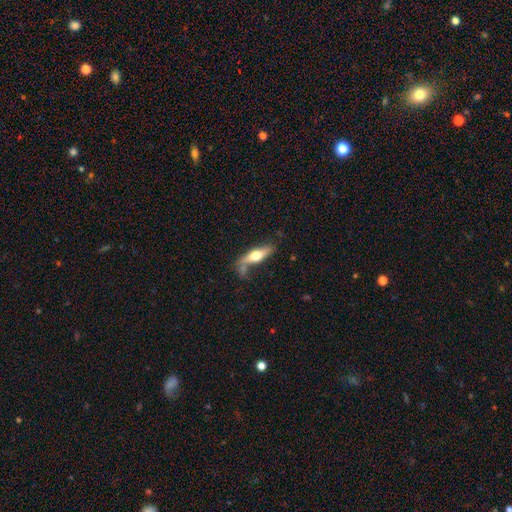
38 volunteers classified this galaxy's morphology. smooth-or-featured: featured or disk: 53% | smooth: 45% | star or artifact: 3%
  disk-edge-on: yes: 80% | no: 20%
    edge-on-bulge: rounded: 100% | boxy: 0% | none: 0%
  merging: none: 49% | minor disturbance: 30% | major disturbance: 16% | merger: 5%